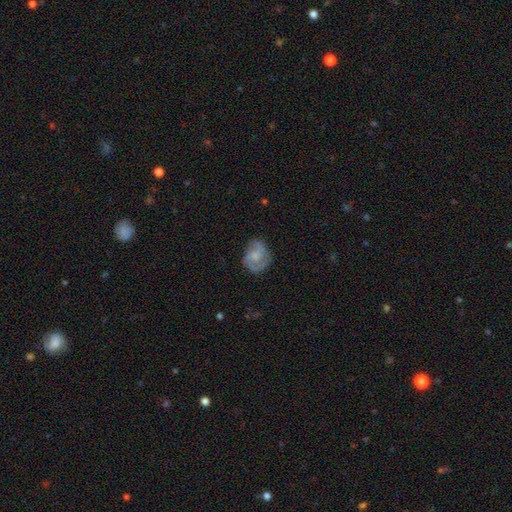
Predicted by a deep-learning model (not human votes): Q: Smooth or featured?
A: featured or disk (61%); runner-up: smooth (32%)
Q: Edge-on disk?
A: no (98%); runner-up: yes (2%)
Q: Bar?
A: no (67%); runner-up: weak (29%)
Q: Spiral arms?
A: yes (87%); runner-up: no (13%)
Q: Spiral winding?
A: medium (46%); runner-up: tight (35%)
Q: Spiral arm count?
A: 2 (47%); runner-up: 3 (24%)
Q: Bulge size?
A: moderate (34%); runner-up: small (33%)
Q: Merging?
A: none (68%); runner-up: minor disturbance (21%)